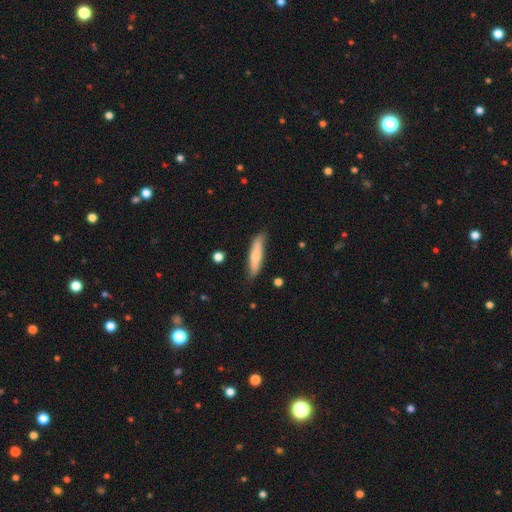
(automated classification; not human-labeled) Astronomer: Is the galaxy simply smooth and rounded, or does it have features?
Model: smooth — 62%.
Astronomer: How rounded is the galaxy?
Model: cigar-shaped — 76%.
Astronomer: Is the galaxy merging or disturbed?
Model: none — 78%.